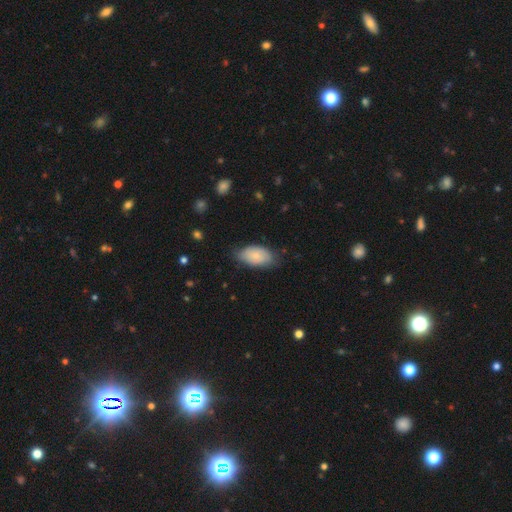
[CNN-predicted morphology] smooth_or_featured: smooth (p=0.75) [alt: featured or disk p=0.19]
how_rounded: in between (p=0.93) [alt: round p=0.05]
merging: none (p=0.63) [alt: minor disturbance p=0.30]